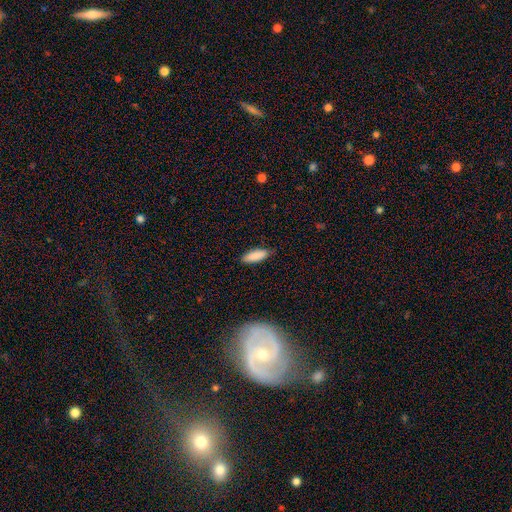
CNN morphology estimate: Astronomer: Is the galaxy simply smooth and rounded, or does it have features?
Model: smooth — 88%.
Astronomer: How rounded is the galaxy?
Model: in between — 61% (runner-up: cigar-shaped, 37%).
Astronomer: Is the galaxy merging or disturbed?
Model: none — 84%.